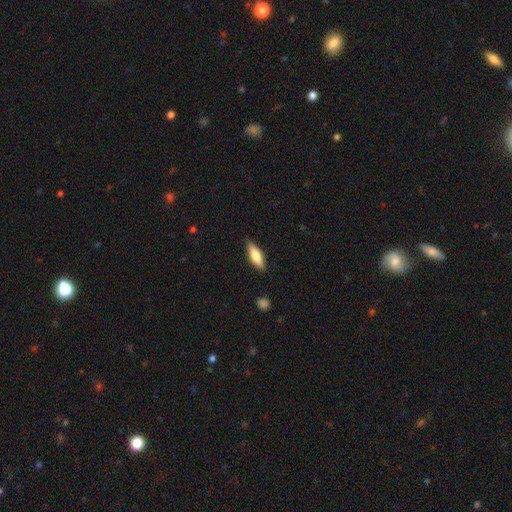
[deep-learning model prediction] Smooth or featured?
  - smooth: 62% *
  - featured or disk: 32%
  - star or artifact: 6%
How rounded?
  - cigar-shaped: 52% *
  - in between: 46%
  - round: 2%
Merging?
  - none: 87% *
  - minor disturbance: 10%
  - major disturbance: 2%
  - merger: 1%